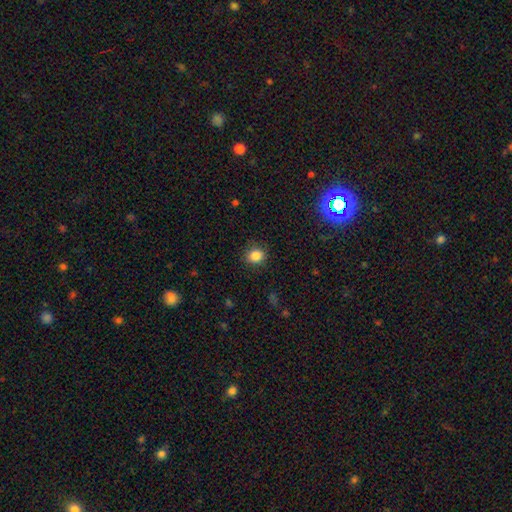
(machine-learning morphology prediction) A smooth galaxy with no disk features (84%) that is round (77%).

Vote fractions:
- Smooth or featured? smooth: 84% / star or artifact: 11% / featured or disk: 4%
- How rounded? round: 77% / in between: 22% / cigar-shaped: 1%
- Merging? none: 88% / minor disturbance: 9% / major disturbance: 3% / merger: 1%